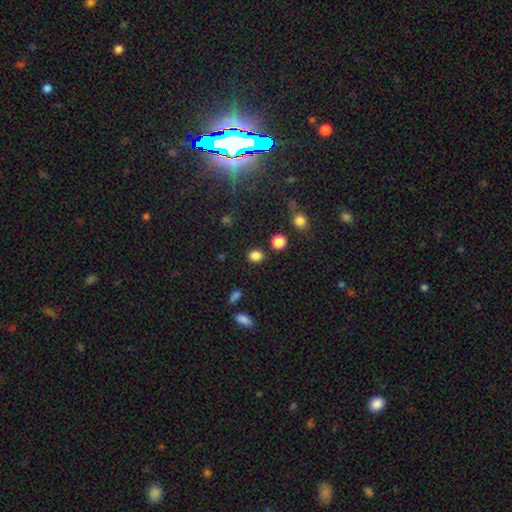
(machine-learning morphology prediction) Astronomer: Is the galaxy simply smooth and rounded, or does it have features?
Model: smooth — 83%.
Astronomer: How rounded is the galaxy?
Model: round — 80%.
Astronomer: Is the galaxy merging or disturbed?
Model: none — 86%.